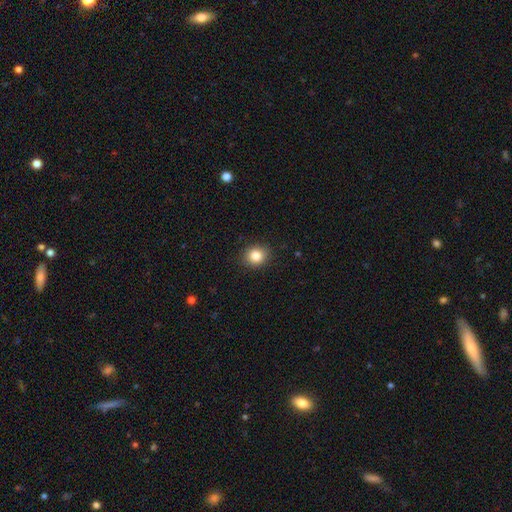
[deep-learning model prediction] smooth 84%, star or artifact 10%, featured or disk 6%. Down the decision tree: how rounded — round (74%); merging — none (89%).